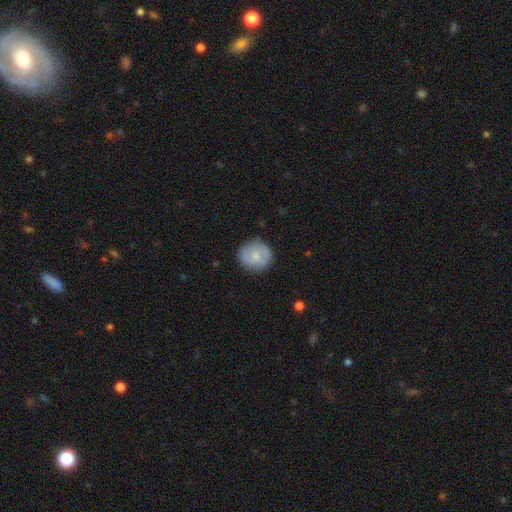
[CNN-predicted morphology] smooth 71%, featured or disk 23%, star or artifact 6%. Down the decision tree: how rounded — round (87%); merging — none (83%).